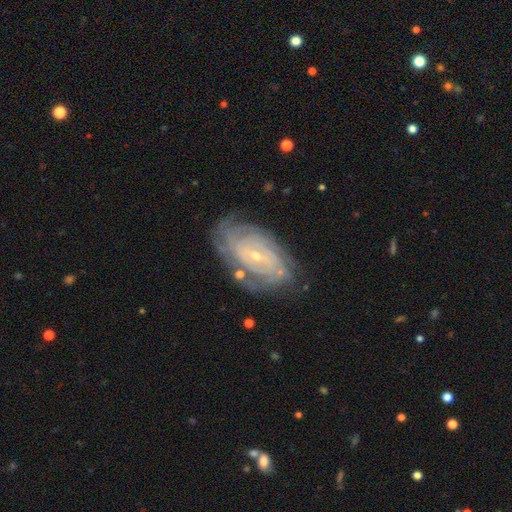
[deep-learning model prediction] smooth_or_featured: featured or disk (p=0.84) [alt: smooth p=0.10]
disk_edge_on: no (p=0.95) [alt: yes p=0.05]
bar: no (p=0.56) [alt: weak p=0.34]
has_spiral_arms: yes (p=0.93) [alt: no p=0.07]
spiral_winding: tight (p=0.78) [alt: medium p=0.18]
spiral_arm_count: can't tell (p=0.44) [alt: 2 p=0.15]
bulge_size: small (p=0.80) [alt: moderate p=0.16]
merging: none (p=0.72) [alt: minor disturbance p=0.19]